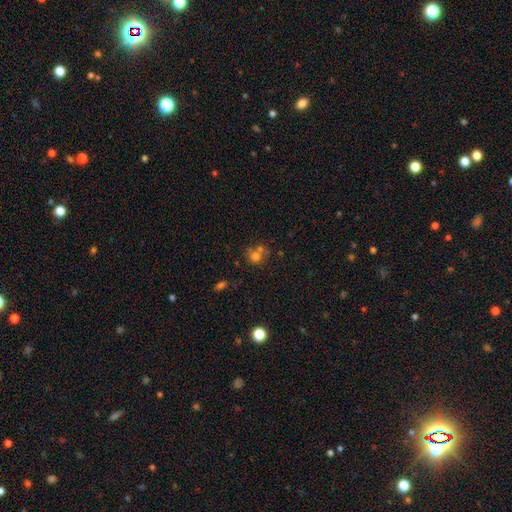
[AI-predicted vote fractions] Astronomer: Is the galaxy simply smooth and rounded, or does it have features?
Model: smooth — 67%.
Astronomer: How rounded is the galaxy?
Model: round — 82%.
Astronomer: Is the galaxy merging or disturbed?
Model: none — 47% (runner-up: merger, 38%).